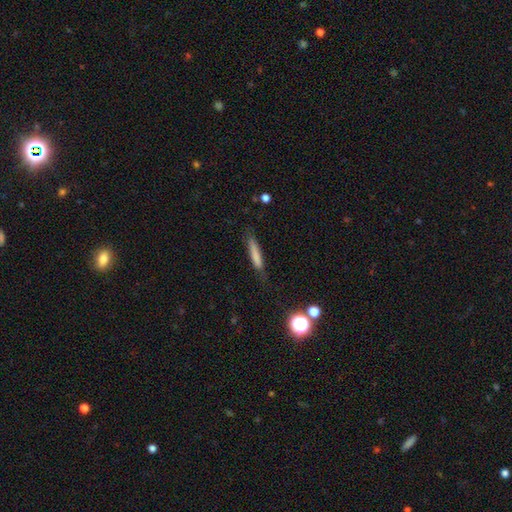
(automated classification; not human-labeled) A smooth galaxy with no disk features (76%) that is cigar-shaped (89%). Merging: none (72%).